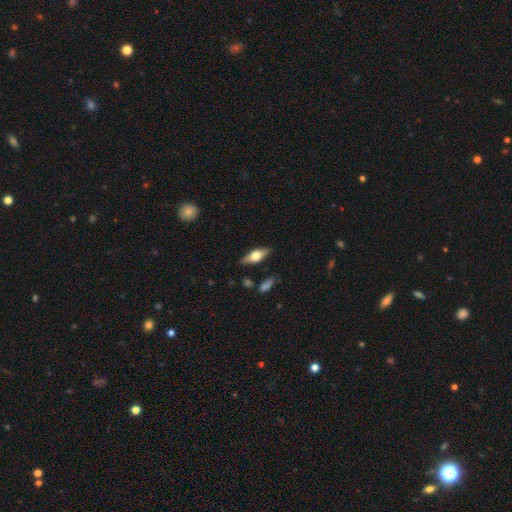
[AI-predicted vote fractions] This appears to be a smooth galaxy with no disk features (54%) that is in between round and cigar-shaped (73%). Merging: none (84%).